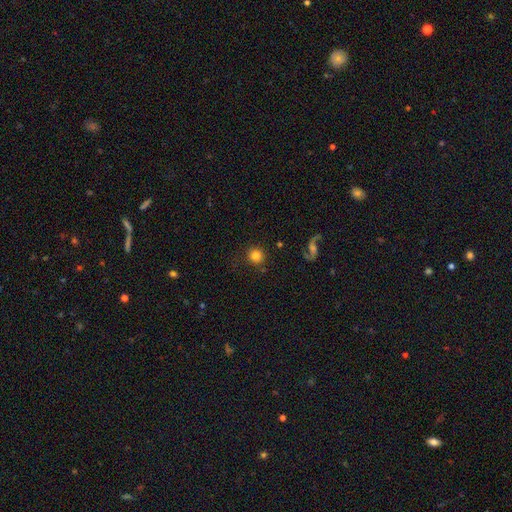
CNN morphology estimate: The model was most divided on "smooth or featured": smooth: 80%, star or artifact: 11%, featured or disk: 10%. More confident: how rounded — round (95%); merging — none (86%).